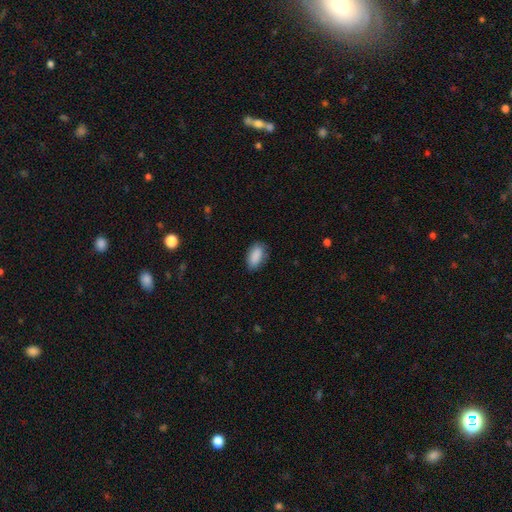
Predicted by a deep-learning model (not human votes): smooth 89%, star or artifact 7%, featured or disk 4%. Down the decision tree: how rounded — in between (93%); merging — none (79%).